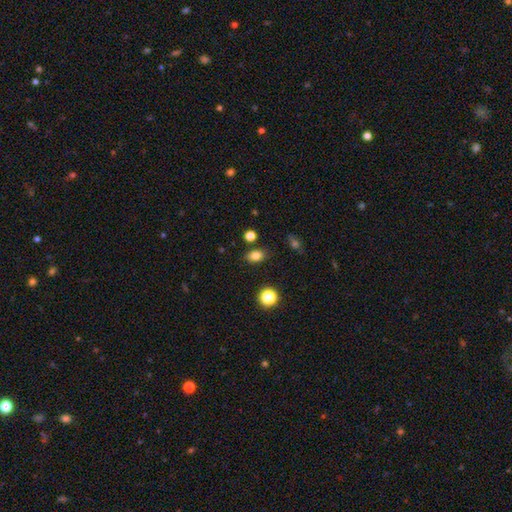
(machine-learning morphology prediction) A smooth galaxy with no disk features (80%) that is in between round and cigar-shaped (78%).

Vote fractions:
- Smooth or featured? smooth: 80% / star or artifact: 13% / featured or disk: 6%
- How rounded? in between: 78% / round: 21% / cigar-shaped: 2%
- Merging? none: 84% / minor disturbance: 10% / merger: 3% / major disturbance: 3%